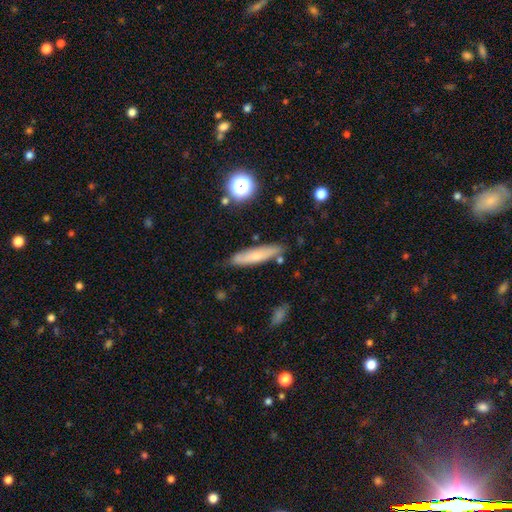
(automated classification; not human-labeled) Smooth or featured? smooth (63%)
How rounded? cigar-shaped (83%)
Merging? none (80%)